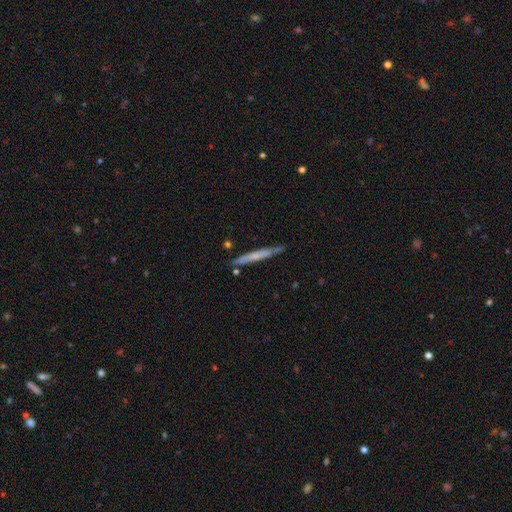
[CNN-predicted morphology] smooth 52%, featured or disk 42%, star or artifact 6%. Down the decision tree: how rounded — cigar-shaped (96%); merging — none (82%).